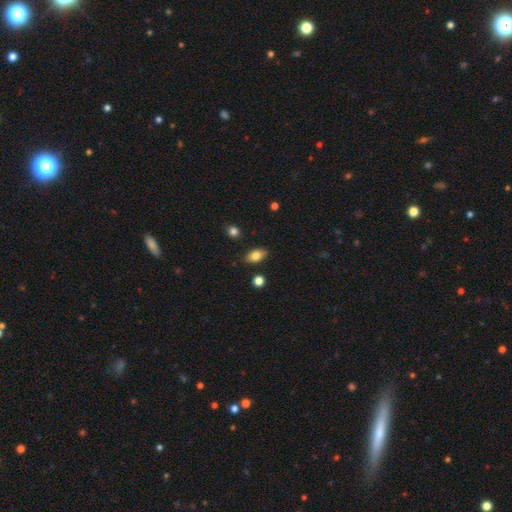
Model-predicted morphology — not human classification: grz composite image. It shows a smooth galaxy with no disk features (80%) that is in between round and cigar-shaped (87%). Merging: none (85%).